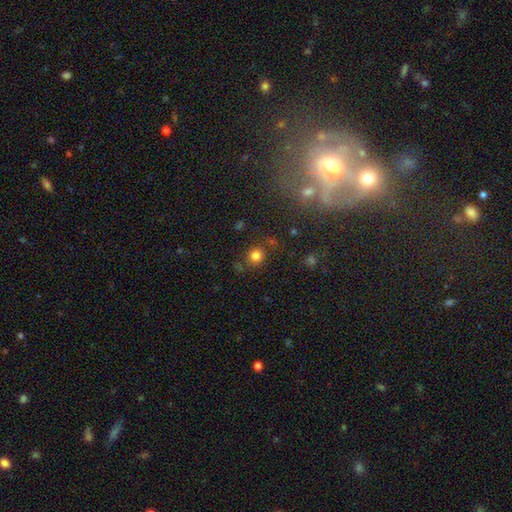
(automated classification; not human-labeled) Smooth or featured: smooth — 80% (star or artifact — 14%)
How rounded: round — 90% (in between — 9%)
Merging: none — 82% (minor disturbance — 10%)